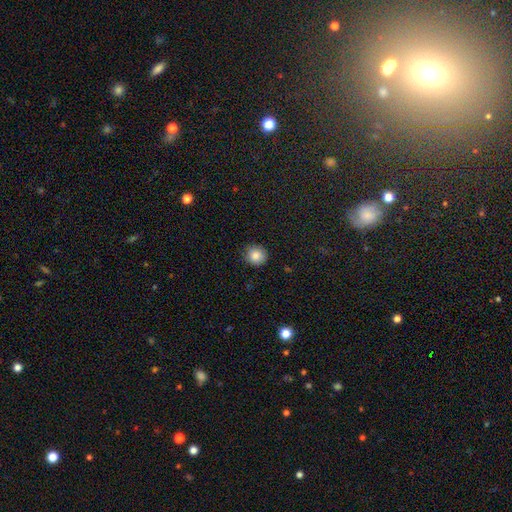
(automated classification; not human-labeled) This appears to be a smooth galaxy with no disk features (85%) that is round (91%). Merging: none (89%).